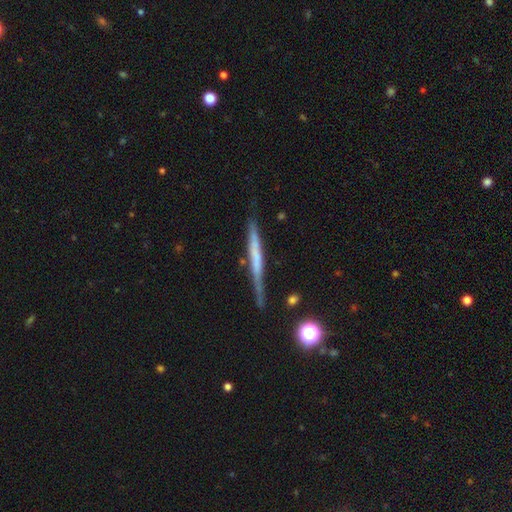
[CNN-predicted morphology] This is possibly a featured or disk galaxy (55%). It is clearly viewed edge-on (96%). Edge-on bulge: likely none (73%). Merging: likely none (76%).